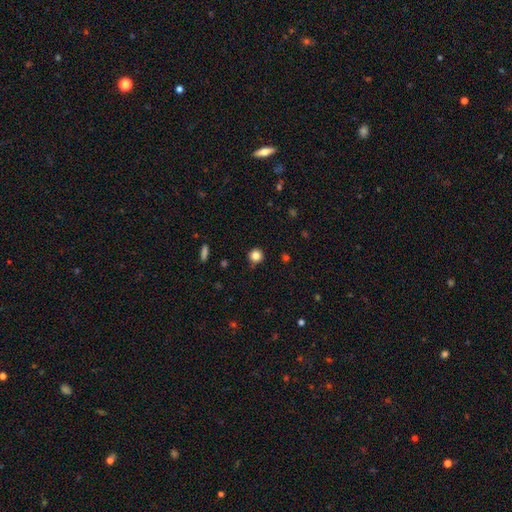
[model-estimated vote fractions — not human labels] Smooth or featured? smooth (83%)
How rounded? round (94%)
Merging? none (86%)